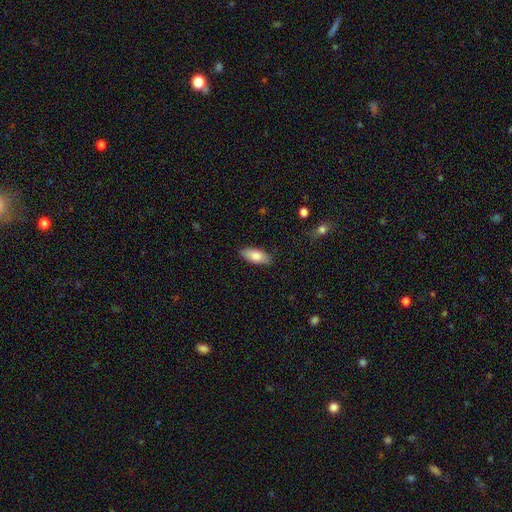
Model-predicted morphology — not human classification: smooth-or-featured: smooth: 82% | featured or disk: 12% | star or artifact: 6%
  how-rounded: in between: 84% | cigar-shaped: 14% | round: 2%
  merging: none: 87% | minor disturbance: 10% | major disturbance: 2% | merger: 1%